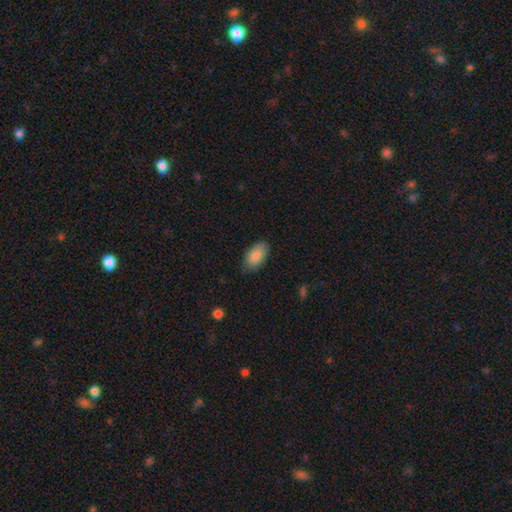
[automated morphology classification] Smooth or featured? smooth (85%)
How rounded? in between (94%)
Merging? none (79%)